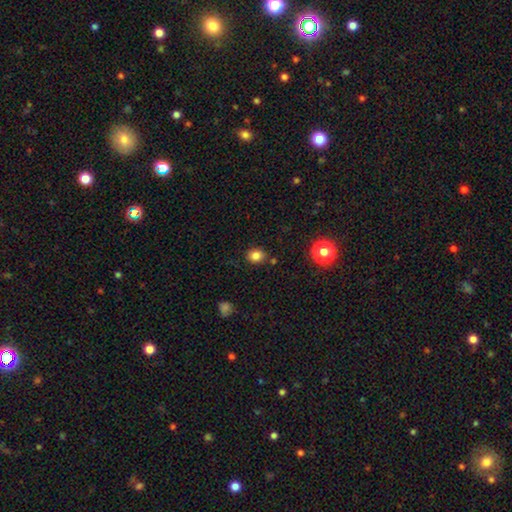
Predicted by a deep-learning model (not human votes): A smooth galaxy with no disk features (82%) that is round (66%). Merging: none (83%).